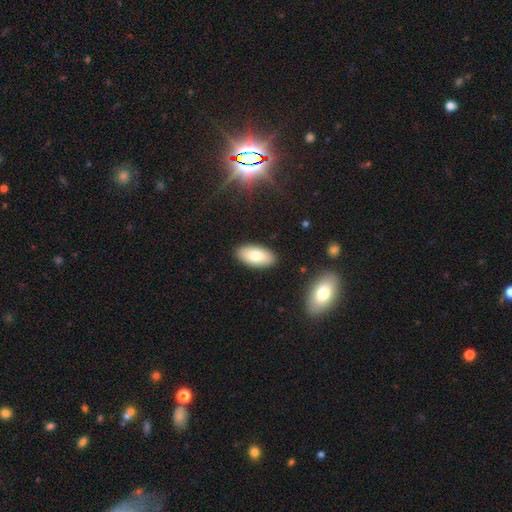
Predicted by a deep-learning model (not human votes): Q: Smooth or featured?
A: smooth (80%); runner-up: featured or disk (13%)
Q: How rounded?
A: in between (93%); runner-up: cigar-shaped (4%)
Q: Merging?
A: none (89%); runner-up: minor disturbance (8%)